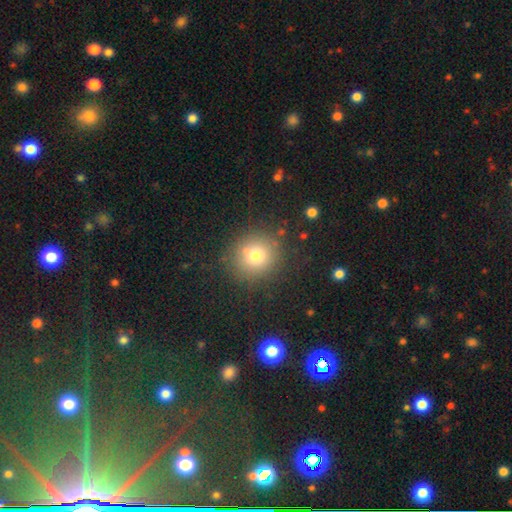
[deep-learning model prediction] Overall: smooth (73%). How rounded: round (89%). Merging: none (81%).